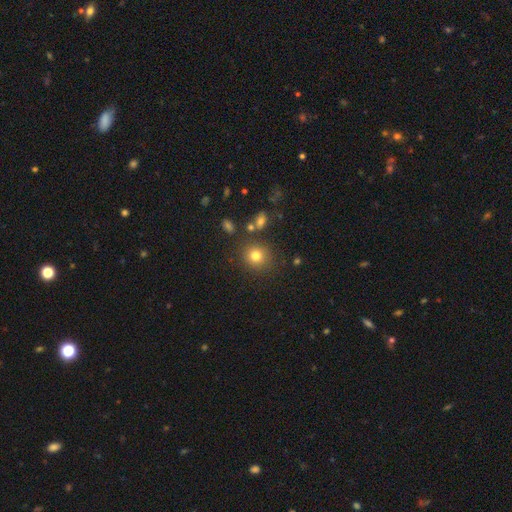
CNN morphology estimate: Overall: smooth (78%). How rounded: round (88%). Merging: none (83%).